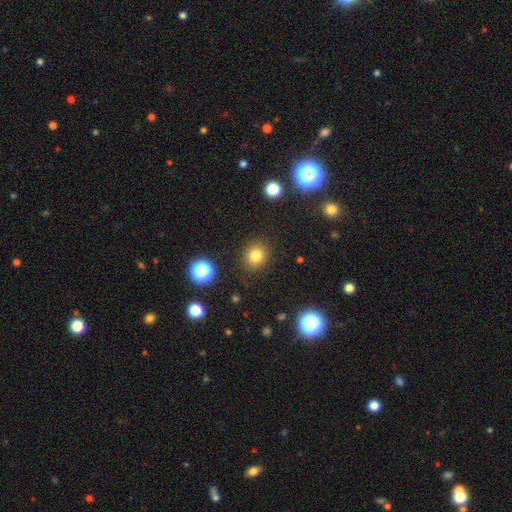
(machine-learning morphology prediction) This appears to be a smooth galaxy with no disk features (80%) that is round (83%). Merging: none (88%).